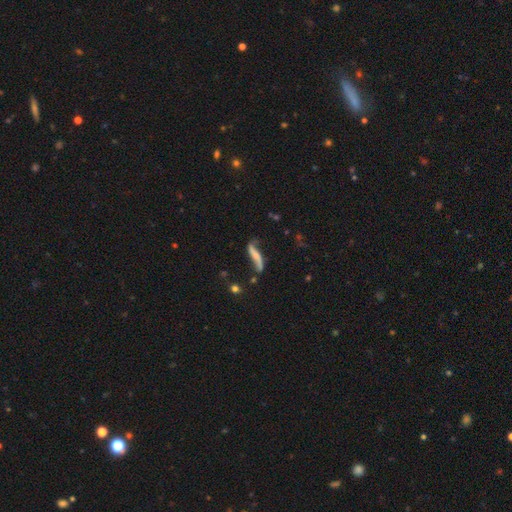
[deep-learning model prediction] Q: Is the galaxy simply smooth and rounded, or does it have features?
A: featured or disk — 60%.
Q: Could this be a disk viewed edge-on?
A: no — 69%.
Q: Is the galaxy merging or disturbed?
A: none — 52%.